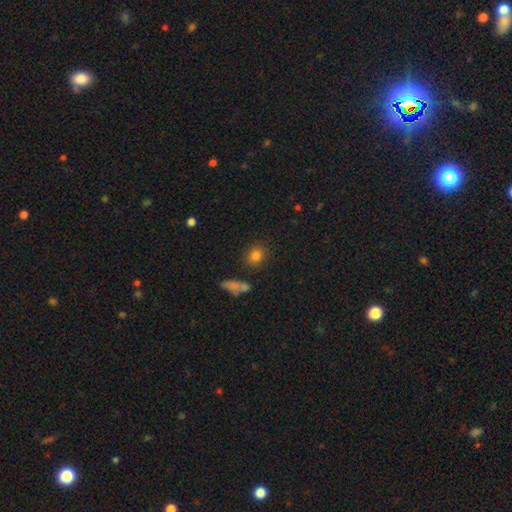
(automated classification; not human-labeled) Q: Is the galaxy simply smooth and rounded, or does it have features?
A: smooth — 82%.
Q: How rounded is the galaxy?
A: round — 73%.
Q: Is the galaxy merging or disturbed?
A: none — 80%.